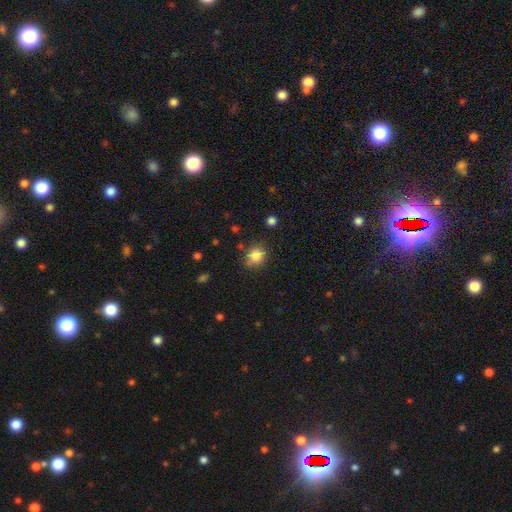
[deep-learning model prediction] Smooth or featured: smooth — 84% (star or artifact — 11%)
How rounded: round — 76% (in between — 23%)
Merging: none — 80% (minor disturbance — 13%)